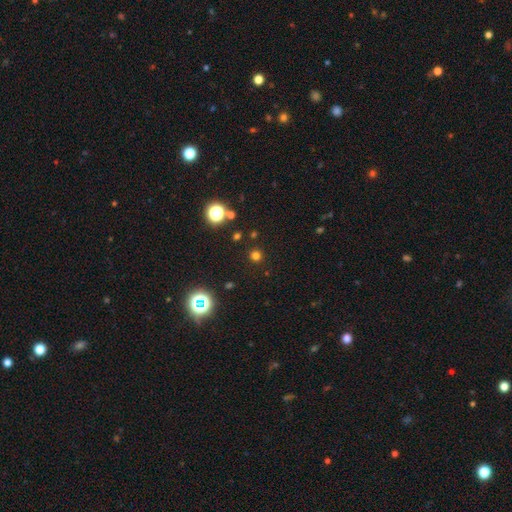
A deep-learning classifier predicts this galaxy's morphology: Overall: smooth (68%). How rounded: round (94%). Merging: none (90%).